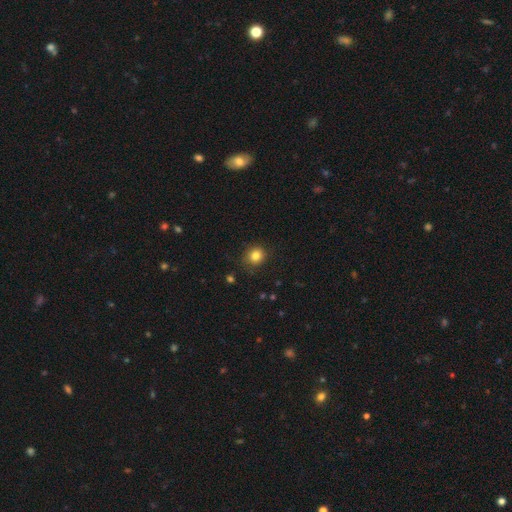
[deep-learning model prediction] Overall: smooth (82%). How rounded: round (84%). Merging: none (85%).